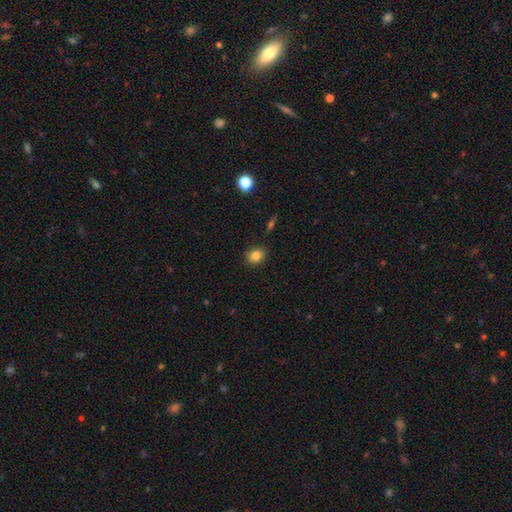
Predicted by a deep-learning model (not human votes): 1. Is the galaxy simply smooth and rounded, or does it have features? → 83% smooth, 11% star or artifact, 6% featured or disk.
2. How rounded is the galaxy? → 58% round, 41% in between, 1% cigar-shaped.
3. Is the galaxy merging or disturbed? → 86% none, 10% minor disturbance, 2% major disturbance, 2% merger.